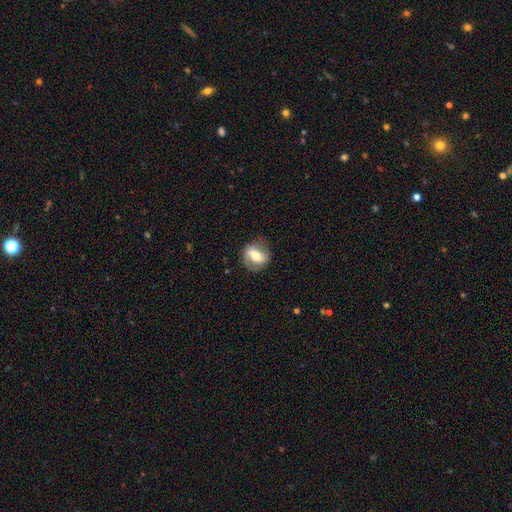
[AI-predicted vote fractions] smooth-or-featured: smooth: 46% (tied) | featured or disk: 46% (tied) | star or artifact: 7%
  merging: none: 75% | minor disturbance: 17% | major disturbance: 7% | merger: 1%